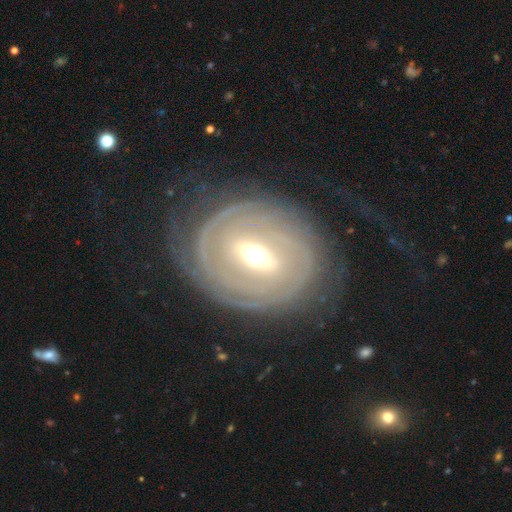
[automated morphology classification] featured or disk 86%, smooth 9%, star or artifact 5%. Down the decision tree: edge-on disk — no (95%); bar — strong (44%); spiral arms — yes (91%); spiral arm count — can't tell (36%); spiral winding — tight (81%); bulge size — moderate (63%); merging — none (73%).